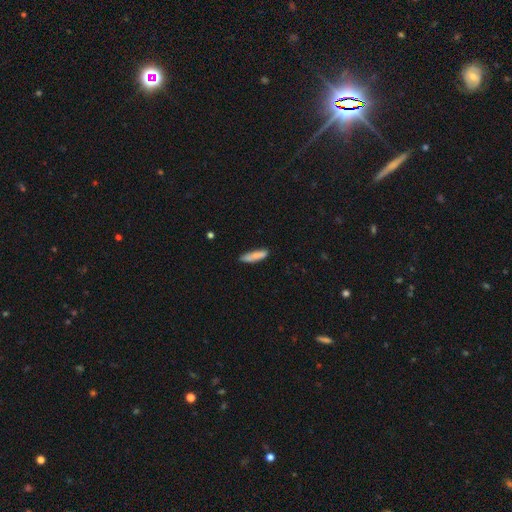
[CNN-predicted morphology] A smooth galaxy with no disk features (83%) that is cigar-shaped (76%). Merging: none (80%).